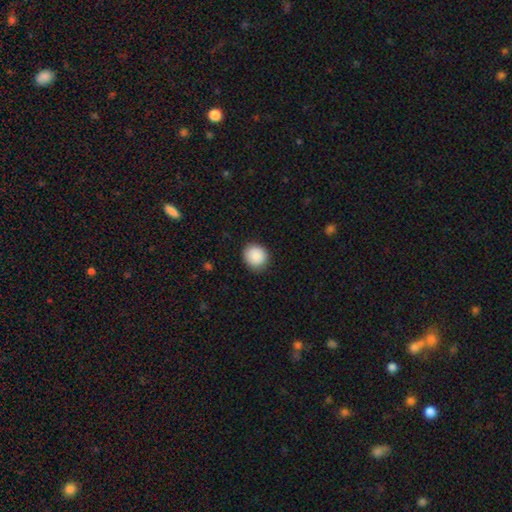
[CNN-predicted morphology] This appears to be a smooth galaxy with no disk features (90%) that is round (85%). Merging: none (87%).